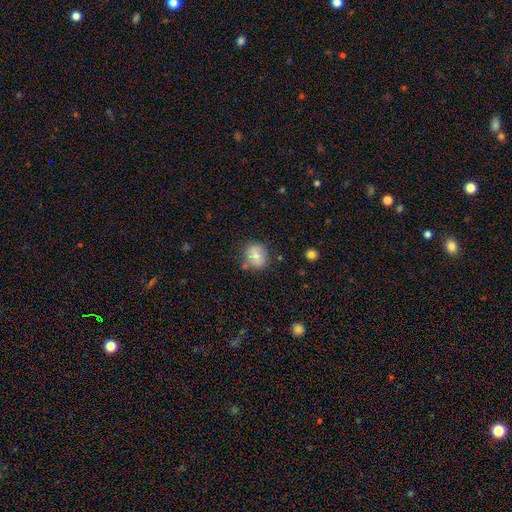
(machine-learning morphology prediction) Smooth or featured?
  - smooth: 68% *
  - featured or disk: 23%
  - star or artifact: 9%
How rounded?
  - round: 73% *
  - in between: 26%
  - cigar-shaped: 1%
Merging?
  - none: 70% *
  - minor disturbance: 17%
  - merger: 7%
  - major disturbance: 5%